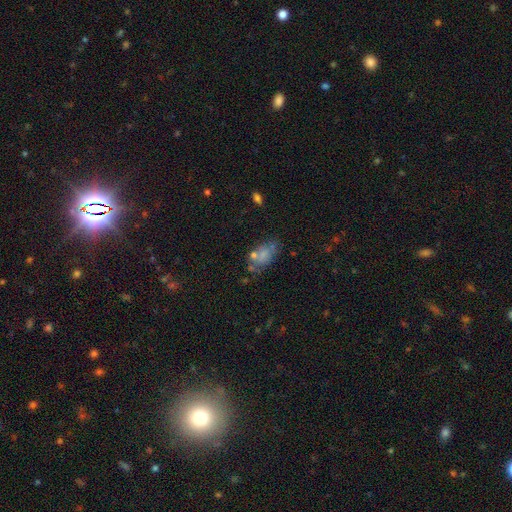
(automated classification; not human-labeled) smooth-or-featured: smooth: 49% | featured or disk: 27% | star or artifact: 24%
  merging: none: 51% | minor disturbance: 21% | merger: 15% | major disturbance: 14%